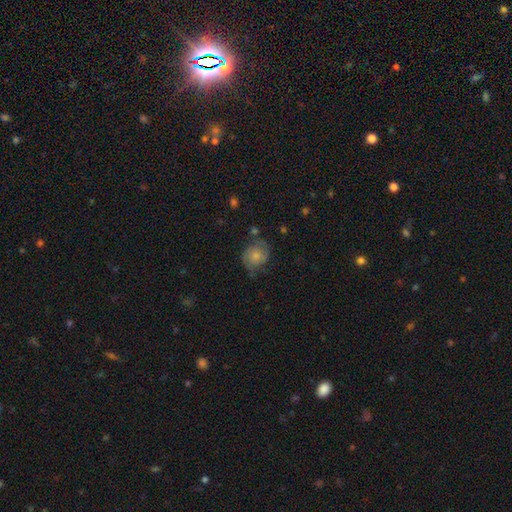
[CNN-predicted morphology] smooth 54%, featured or disk 38%, star or artifact 8%. Down the decision tree: how rounded — round (62%); merging — none (54%).